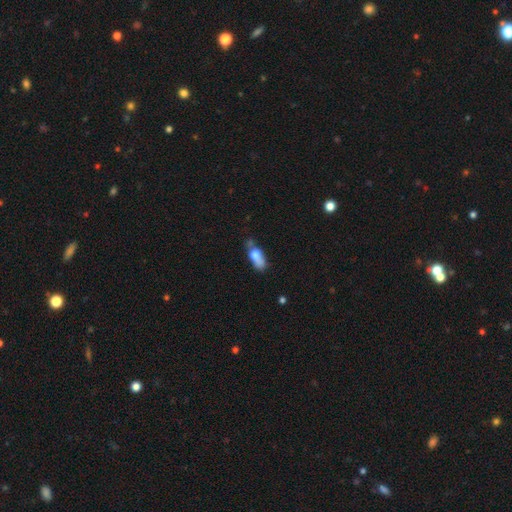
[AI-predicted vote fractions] Morphology: type=smooth (69%); roundness=in between (76%); merging=none (32%).